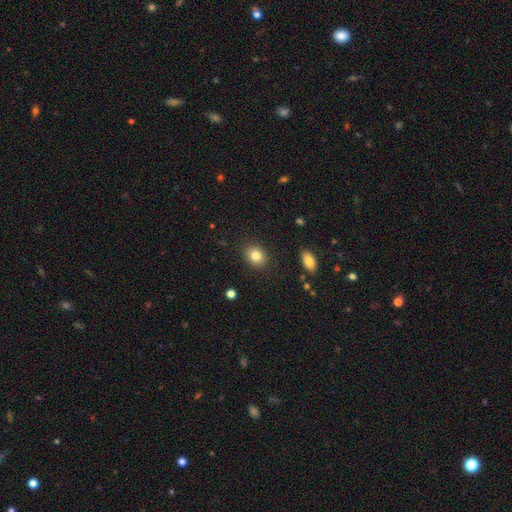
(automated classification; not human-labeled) This is clearly a smooth galaxy (82%). How rounded: possibly round (51%). Merging: clearly none (88%).